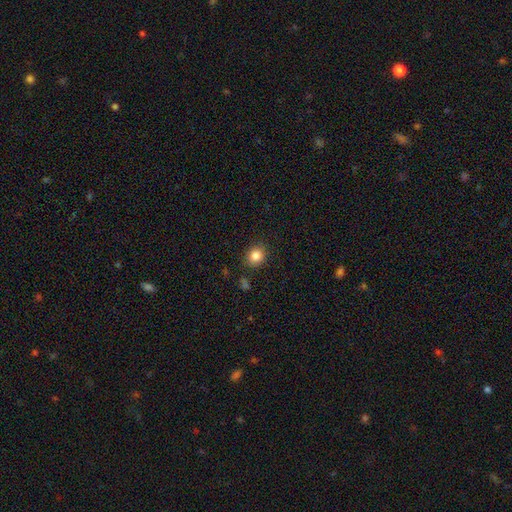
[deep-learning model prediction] Smooth or featured?
  - smooth: 84% *
  - star or artifact: 11%
  - featured or disk: 5%
How rounded?
  - round: 77% *
  - in between: 23%
  - cigar-shaped: 1%
Merging?
  - none: 86% *
  - minor disturbance: 9%
  - major disturbance: 3%
  - merger: 2%